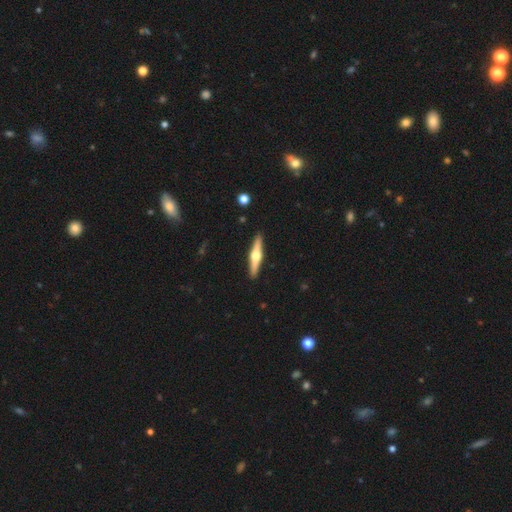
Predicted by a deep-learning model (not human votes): This appears to be a featured or disk galaxy (72%) viewed edge-on (98%) with a rounded central bulge (96%). Merging: none (92%).